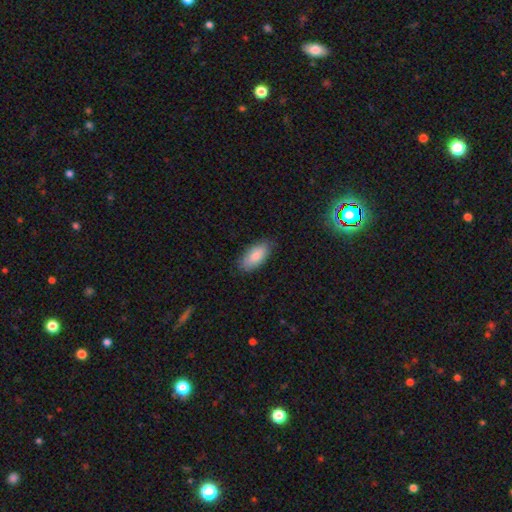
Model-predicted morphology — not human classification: Smooth or featured: smooth — 83% (featured or disk — 11%)
How rounded: in between — 90% (cigar-shaped — 7%)
Merging: none — 81% (minor disturbance — 15%)